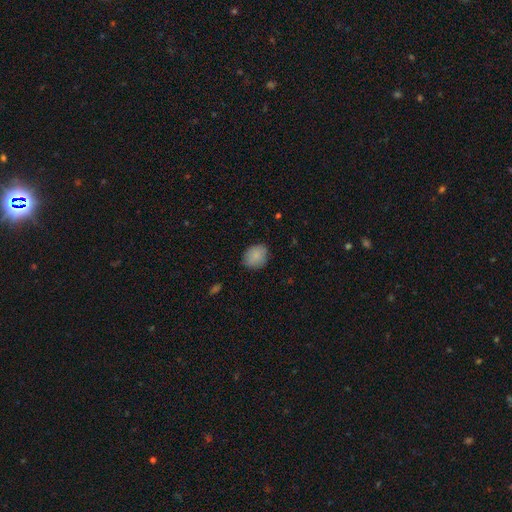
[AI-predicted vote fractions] Smooth or featured: smooth — 86% (star or artifact — 8%)
How rounded: round — 63% (in between — 36%)
Merging: none — 83% (minor disturbance — 13%)